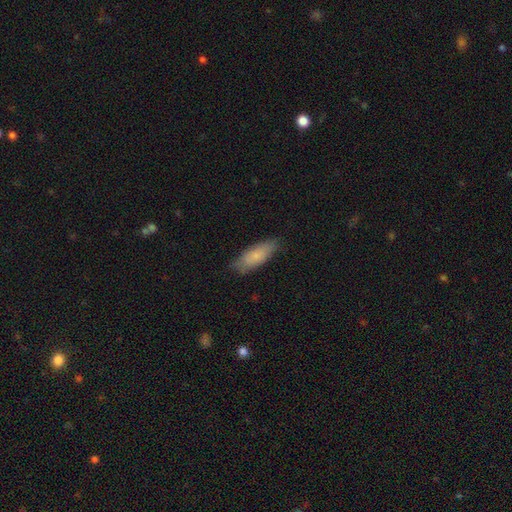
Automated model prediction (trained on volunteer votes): smooth_or_featured: smooth (p=0.78) [alt: featured or disk p=0.16]
how_rounded: in between (p=0.66) [alt: cigar-shaped p=0.32]
merging: none (p=0.76) [alt: minor disturbance p=0.19]